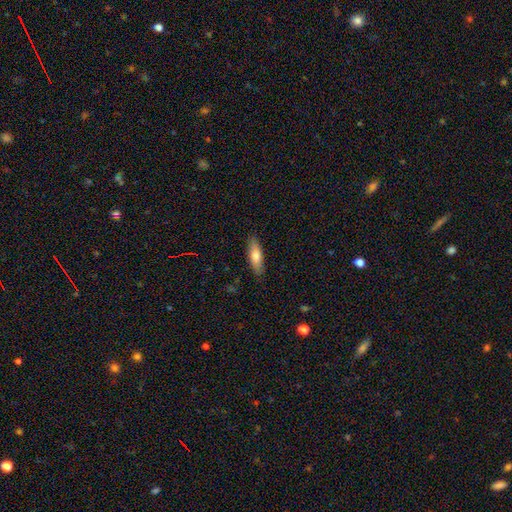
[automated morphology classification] type=smooth (73%); roundness=cigar-shaped (52%); merging=none (87%).